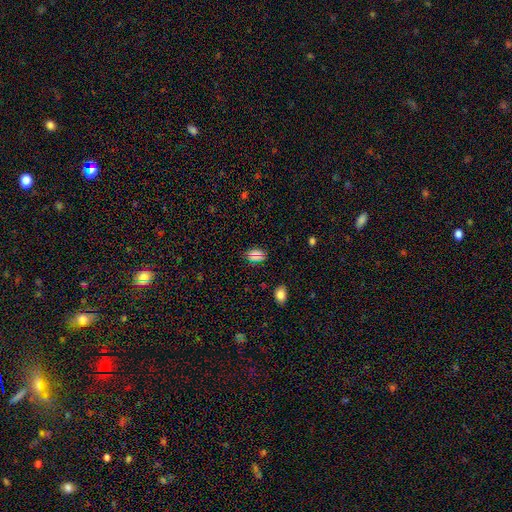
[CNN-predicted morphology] Smooth or featured: smooth — 66% (star or artifact — 26%)
How rounded: in between — 78% (round — 18%)
Merging: none — 81% (minor disturbance — 13%)